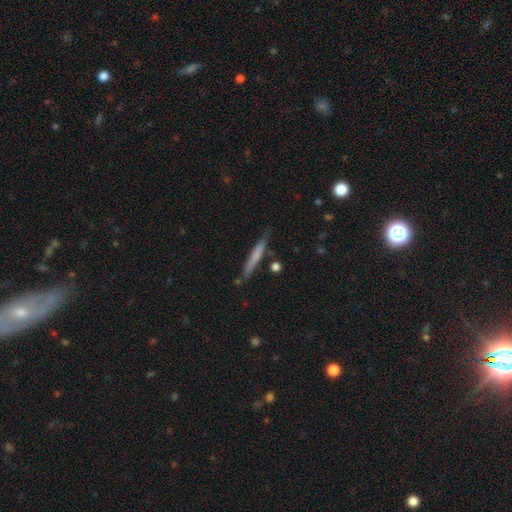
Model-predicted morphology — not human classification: smooth_or_featured: smooth (p=0.59) [alt: featured or disk p=0.35]
how_rounded: cigar-shaped (p=0.95) [alt: in between p=0.03]
merging: none (p=0.77) [alt: minor disturbance p=0.15]